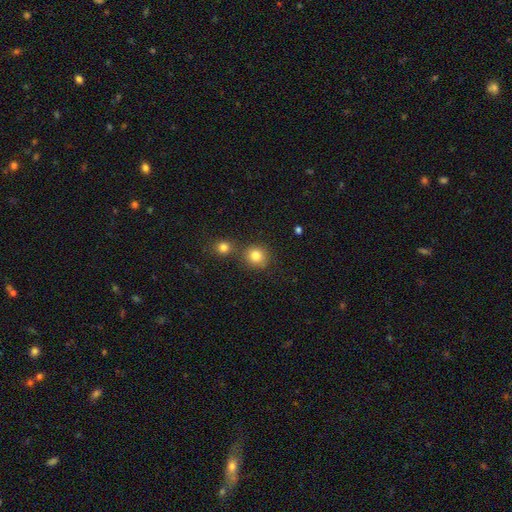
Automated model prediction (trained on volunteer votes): Q: Smooth or featured?
A: smooth (82%); runner-up: star or artifact (12%)
Q: How rounded?
A: round (88%); runner-up: in between (11%)
Q: Merging?
A: none (71%); runner-up: merger (17%)